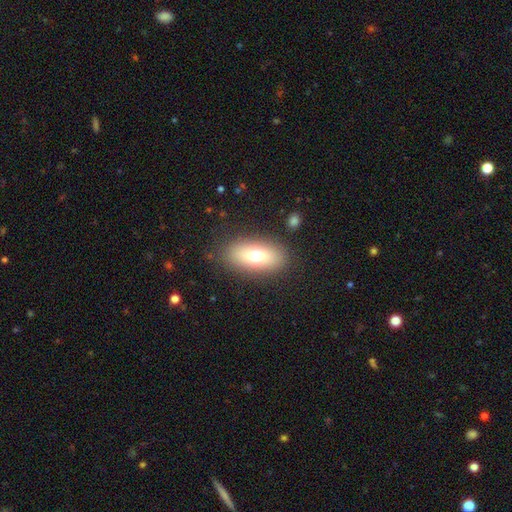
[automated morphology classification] smooth-or-featured: smooth: 70% | featured or disk: 20% | star or artifact: 10%
  how-rounded: in between: 86% | cigar-shaped: 7% | round: 7%
  merging: none: 84% | minor disturbance: 10% | major disturbance: 4% | merger: 2%